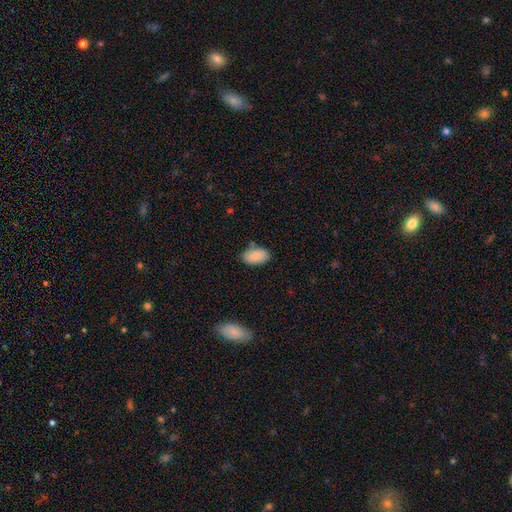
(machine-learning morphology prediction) Q: Smooth or featured?
A: smooth (86%); runner-up: star or artifact (7%)
Q: How rounded?
A: in between (93%); runner-up: round (5%)
Q: Merging?
A: none (74%); runner-up: minor disturbance (18%)